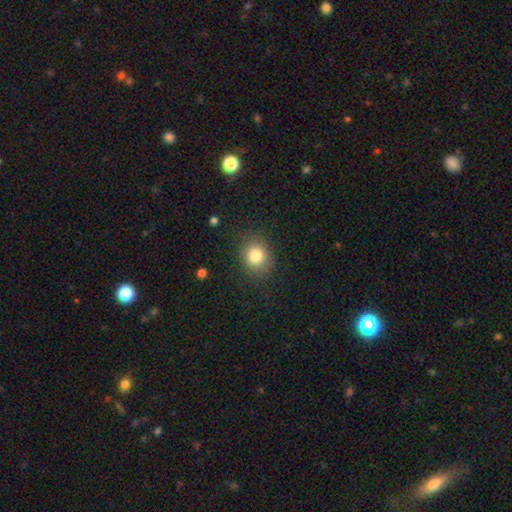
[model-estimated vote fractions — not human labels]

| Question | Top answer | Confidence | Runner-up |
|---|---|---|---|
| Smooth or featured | smooth | 82% | star or artifact (11%) |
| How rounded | round | 68% | in between (31%) |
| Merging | none | 86% | minor disturbance (10%) |